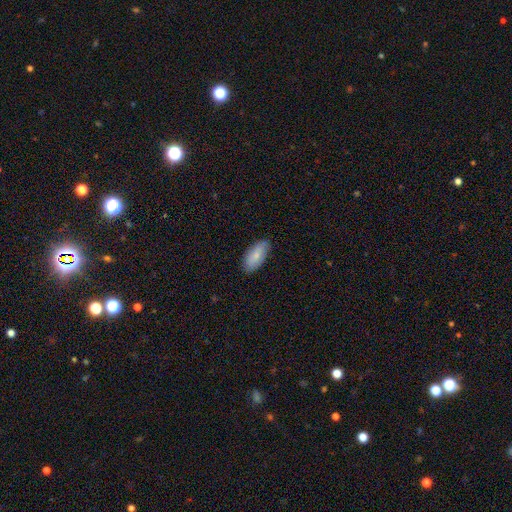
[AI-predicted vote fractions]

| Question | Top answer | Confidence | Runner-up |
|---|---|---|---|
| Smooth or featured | smooth | 79% | featured or disk (15%) |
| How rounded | in between | 91% | cigar-shaped (7%) |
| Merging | none | 84% | minor disturbance (12%) |